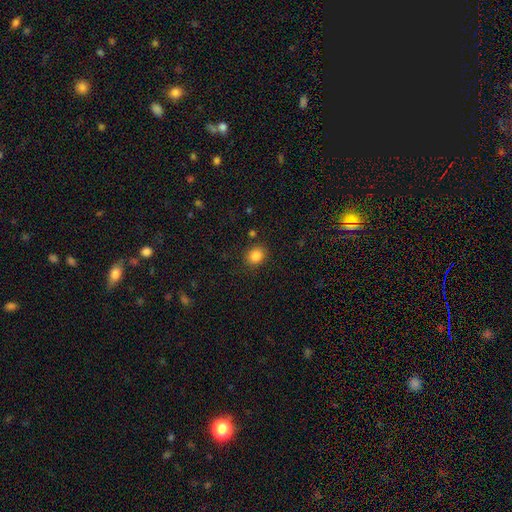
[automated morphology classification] This is clearly a smooth galaxy (85%). How rounded: likely round (70%). Merging: clearly none (86%).